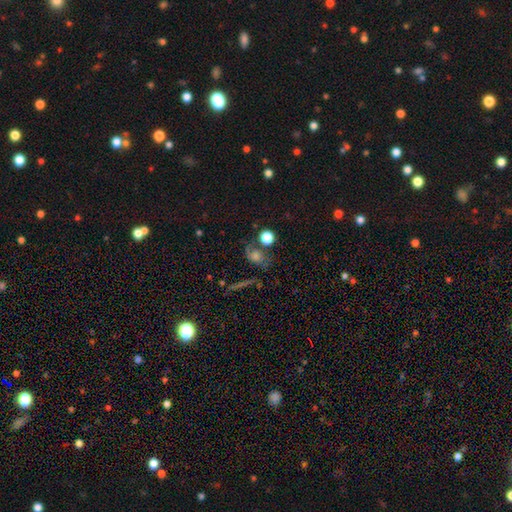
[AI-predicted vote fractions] A smooth galaxy with no disk features (43%). Merging: none (57%).